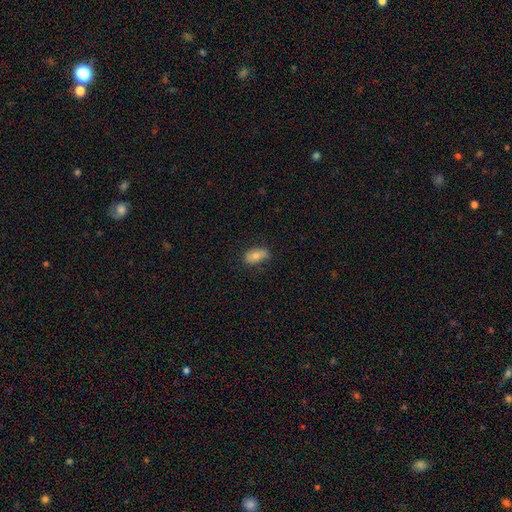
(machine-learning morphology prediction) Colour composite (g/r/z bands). It shows a smooth galaxy with no disk features (76%) that is in between round and cigar-shaped (91%). Merging: none (71%).